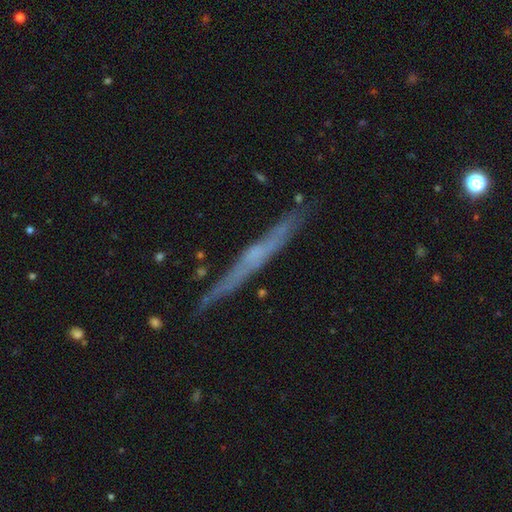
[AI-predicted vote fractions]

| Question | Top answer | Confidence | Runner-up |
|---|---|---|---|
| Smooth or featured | featured or disk | 63% | smooth (29%) |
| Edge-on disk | yes | 95% | no (5%) |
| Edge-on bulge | none | 69% | rounded (25%) |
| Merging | none | 84% | minor disturbance (12%) |